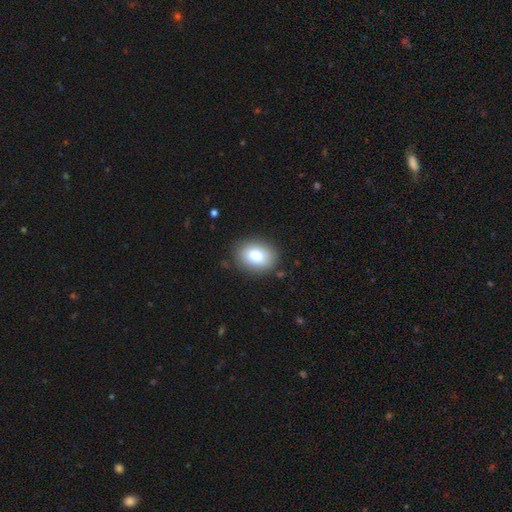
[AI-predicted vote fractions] This appears to be a smooth galaxy with no disk features (81%) that is in between round and cigar-shaped (66%). Merging: none (86%).